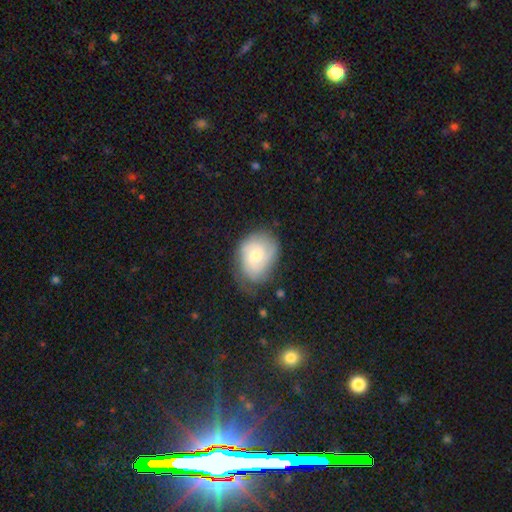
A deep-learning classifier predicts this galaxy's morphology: A featured or disk galaxy (53%) with no bar (76%), spiral arms (83%) and a moderate central bulge (57%). Merging: none (56%).